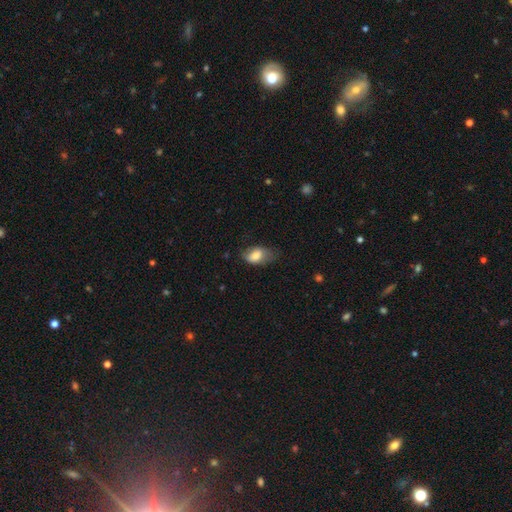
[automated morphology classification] type=smooth (77%); roundness=in between (89%); merging=none (43%).